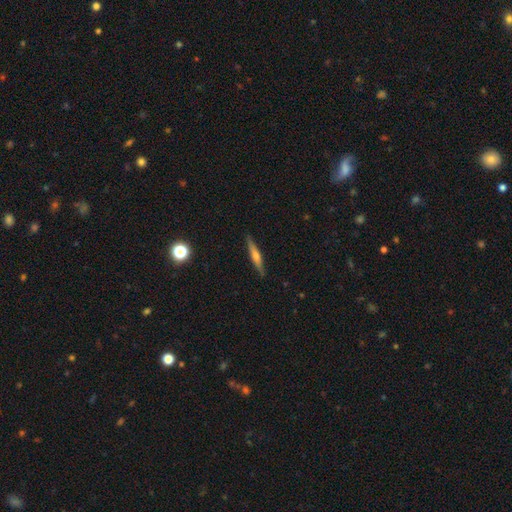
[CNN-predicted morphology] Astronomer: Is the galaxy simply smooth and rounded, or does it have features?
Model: featured or disk — 63%.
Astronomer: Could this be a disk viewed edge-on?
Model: yes — 97%.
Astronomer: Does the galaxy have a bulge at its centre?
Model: rounded — 78%.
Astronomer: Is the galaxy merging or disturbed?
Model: none — 90%.